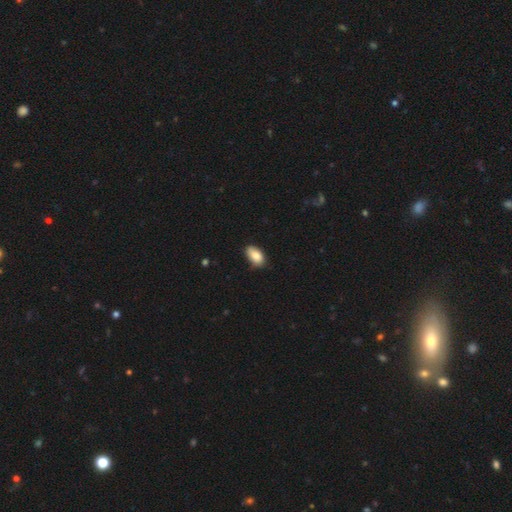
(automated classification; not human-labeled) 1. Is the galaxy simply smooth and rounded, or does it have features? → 85% smooth, 8% featured or disk, 7% star or artifact.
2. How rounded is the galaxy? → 93% in between, 5% round, 2% cigar-shaped.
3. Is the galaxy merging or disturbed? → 76% none, 20% minor disturbance, 3% major disturbance, 1% merger.